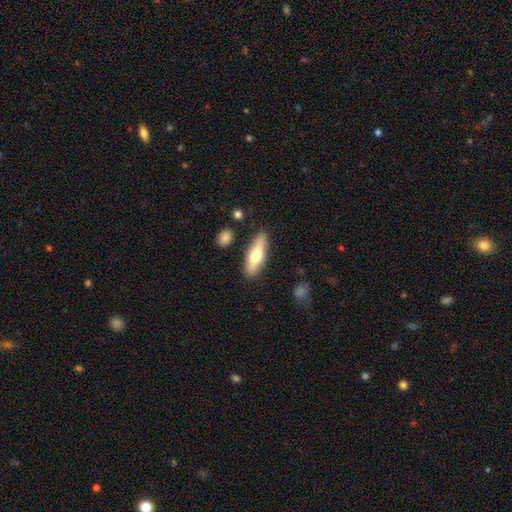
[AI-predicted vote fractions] A smooth galaxy with no disk features (64%) that is cigar-shaped (50%). Merging: none (86%).